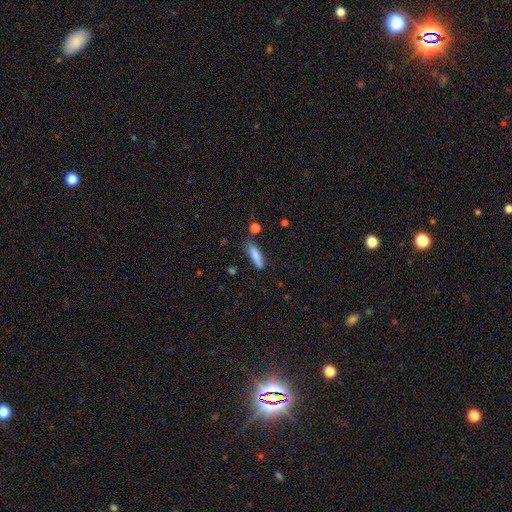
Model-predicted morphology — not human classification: This is clearly a smooth galaxy (81%). How rounded: likely cigar-shaped (67%). Merging: likely none (70%).